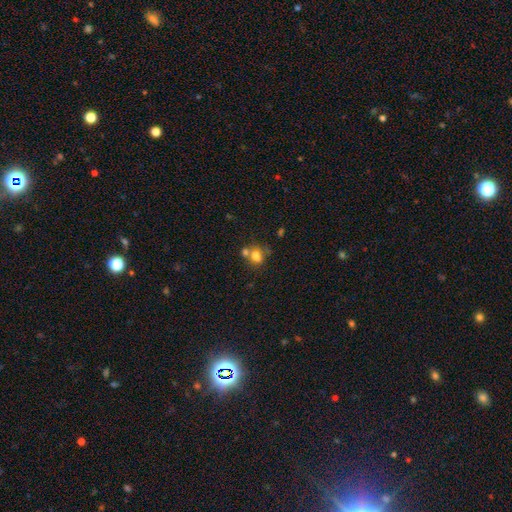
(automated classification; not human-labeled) The model was most divided on "merging": none: 44%, merger: 37%, minor disturbance: 13%, major disturbance: 6%. More confident: smooth or featured — smooth (75%); how rounded — round (59%).